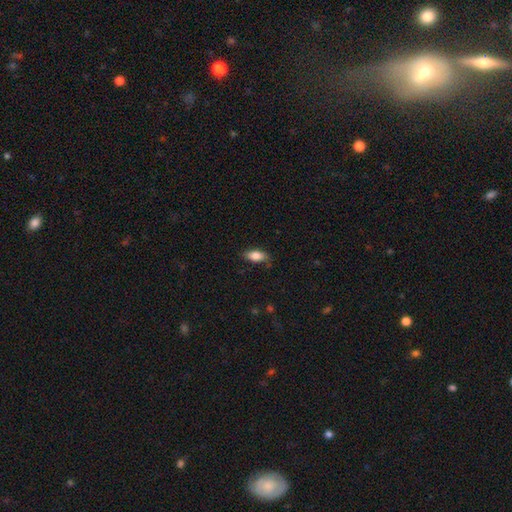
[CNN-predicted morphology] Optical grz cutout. It shows a smooth galaxy with no disk features (81%) that is in between round and cigar-shaped (85%). Merging: none (74%).